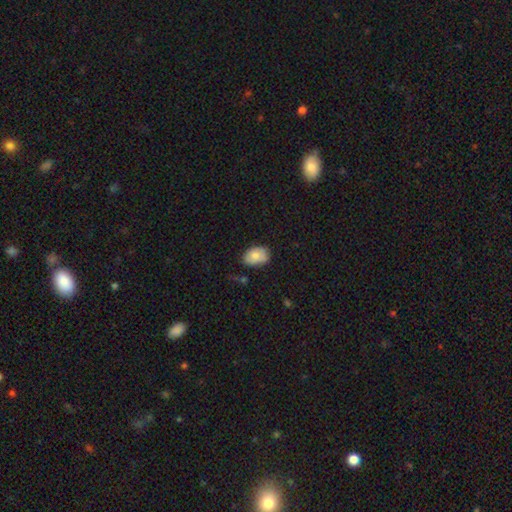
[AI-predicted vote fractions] A smooth galaxy with no disk features (74%) that is in between round and cigar-shaped (82%). Merging: none (69%).